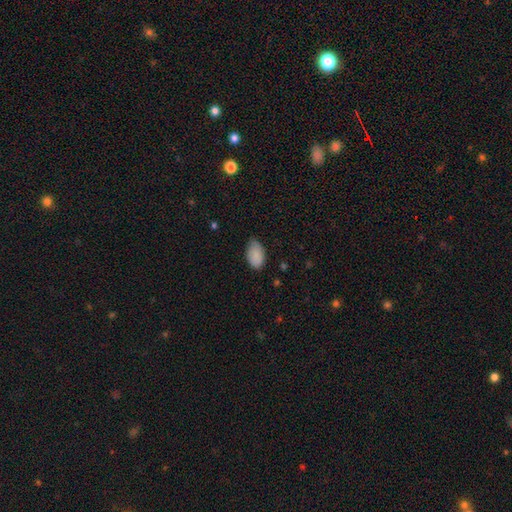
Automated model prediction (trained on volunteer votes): Morphology: type=smooth (88%); roundness=in between (93%); merging=none (62%).